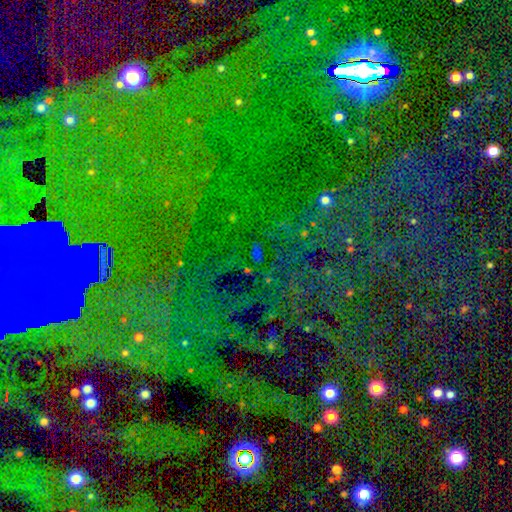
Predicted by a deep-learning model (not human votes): Morphology: type=star or artifact (77%).